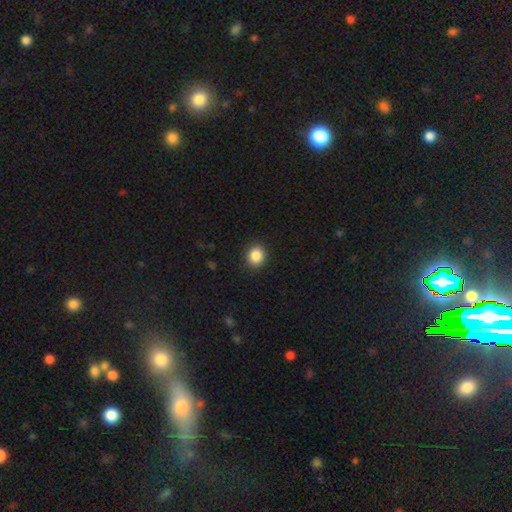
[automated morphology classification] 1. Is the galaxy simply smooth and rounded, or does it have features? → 87% smooth, 9% star or artifact, 4% featured or disk.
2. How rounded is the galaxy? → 74% round, 25% in between, 1% cigar-shaped.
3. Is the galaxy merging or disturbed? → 91% none, 6% minor disturbance, 2% major disturbance, 1% merger.